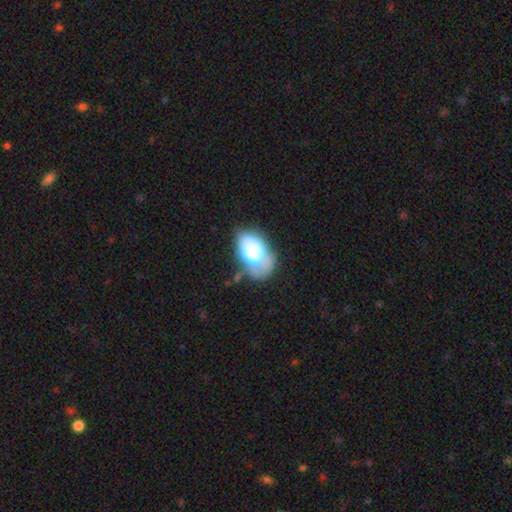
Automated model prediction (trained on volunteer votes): Overall: smooth (61%; featured or disk 31%). How rounded: in between (87%). Merging: minor disturbance (33%; none 29%).